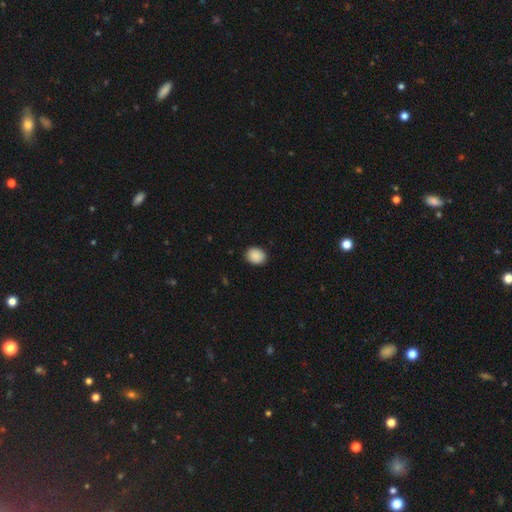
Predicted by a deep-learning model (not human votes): smooth 90%, star or artifact 8%, featured or disk 3%. Down the decision tree: how rounded — round (51%); merging — none (88%).